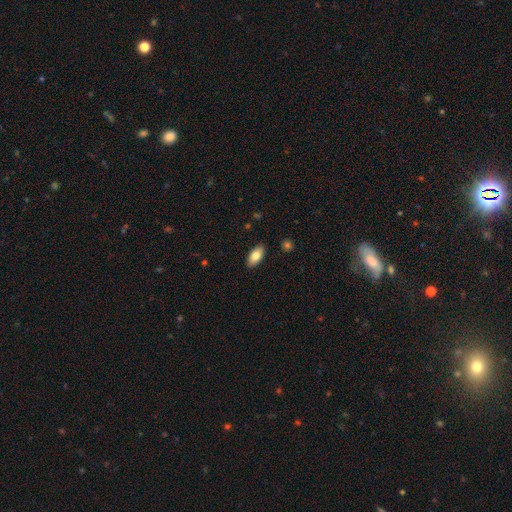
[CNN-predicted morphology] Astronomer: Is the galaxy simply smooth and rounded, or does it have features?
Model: smooth — 81%.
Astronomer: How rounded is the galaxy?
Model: in between — 89%.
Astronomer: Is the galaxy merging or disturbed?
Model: none — 88%.